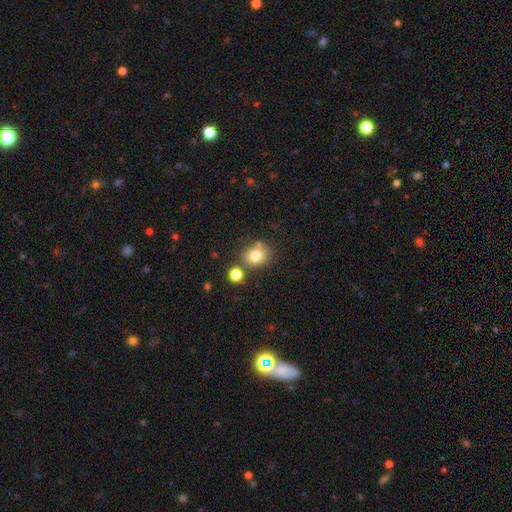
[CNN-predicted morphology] Smooth or featured: smooth — 77% (star or artifact — 12%)
How rounded: round — 65% (in between — 34%)
Merging: none — 68% (merger — 15%)